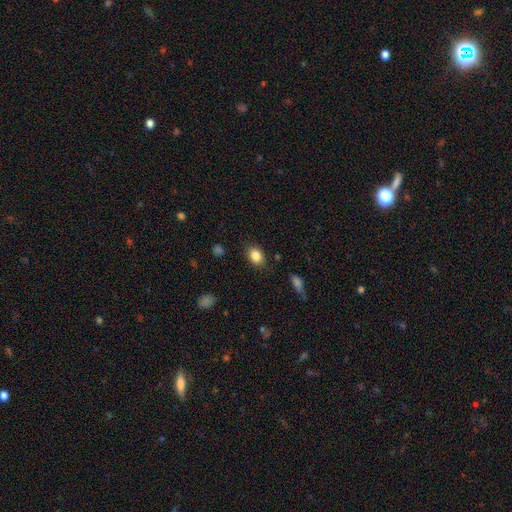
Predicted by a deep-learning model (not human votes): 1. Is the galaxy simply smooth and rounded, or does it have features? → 85% smooth, 9% star or artifact, 6% featured or disk.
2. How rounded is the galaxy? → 74% in between, 25% round, 1% cigar-shaped.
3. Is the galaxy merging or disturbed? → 83% none, 12% minor disturbance, 3% major disturbance, 2% merger.